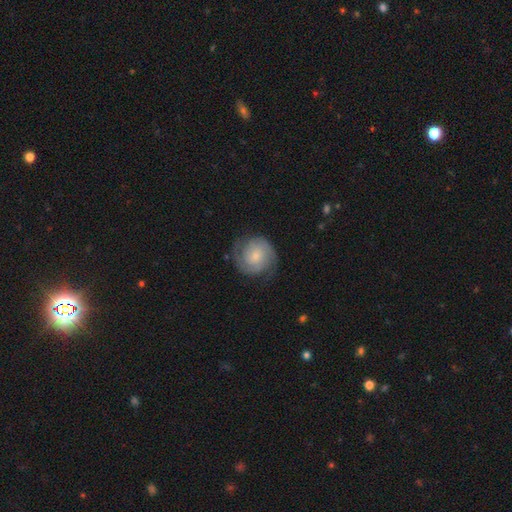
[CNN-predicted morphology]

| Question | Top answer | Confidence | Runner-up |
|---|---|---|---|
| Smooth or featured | featured or disk | 72% | smooth (22%) |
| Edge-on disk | no | 98% | yes (2%) |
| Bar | no | 70% | weak (25%) |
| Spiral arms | yes | 94% | no (6%) |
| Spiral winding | tight | 54% | medium (35%) |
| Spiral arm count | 2 | 81% | can't tell (9%) |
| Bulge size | small | 58% | moderate (29%) |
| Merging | none | 75% | minor disturbance (16%) |